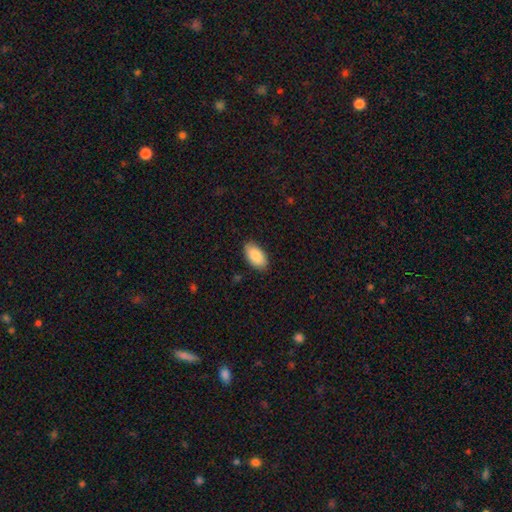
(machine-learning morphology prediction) Q: Smooth or featured?
A: smooth (88%); runner-up: featured or disk (6%)
Q: How rounded?
A: in between (95%); runner-up: round (3%)
Q: Merging?
A: none (87%); runner-up: minor disturbance (10%)